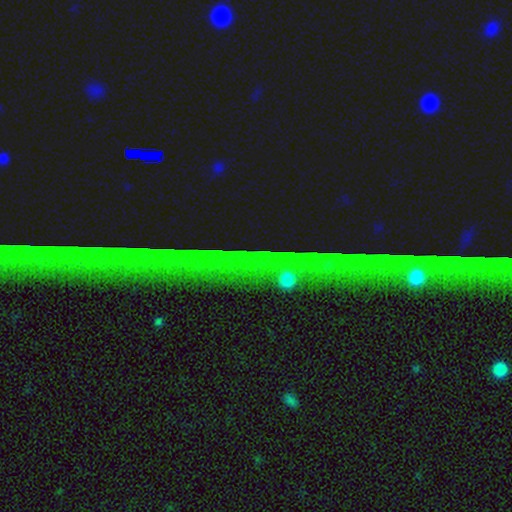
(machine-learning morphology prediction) Smooth or featured? Predicted: star or artifact (p=0.83).